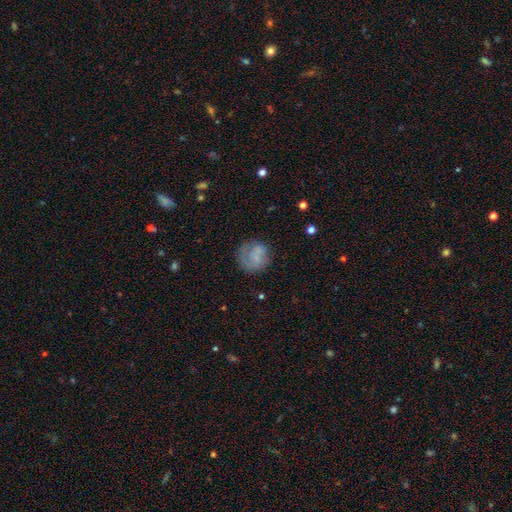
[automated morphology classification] Smooth or featured?
  - smooth: 61% *
  - featured or disk: 28%
  - star or artifact: 10%
How rounded?
  - round: 86% *
  - in between: 13%
  - cigar-shaped: 1%
Merging?
  - none: 62% *
  - minor disturbance: 21%
  - major disturbance: 14%
  - merger: 2%